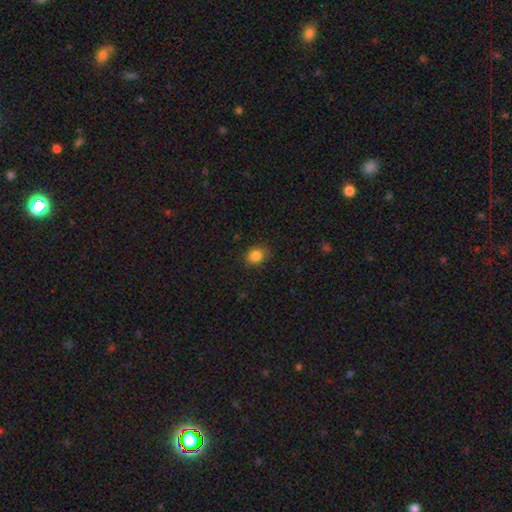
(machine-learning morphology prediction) This appears to be a smooth galaxy with no disk features (85%) that is round (60%). Merging: none (84%).